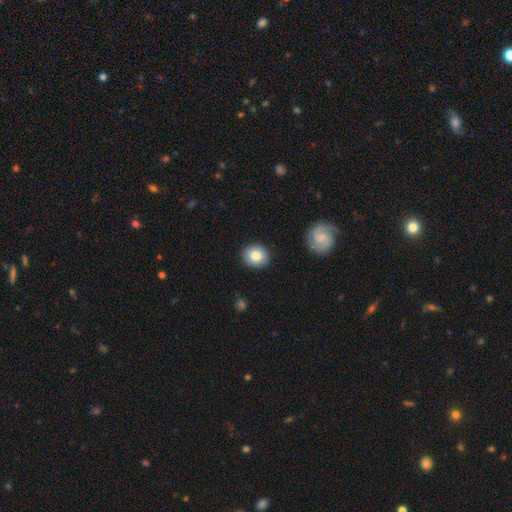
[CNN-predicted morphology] This is clearly a smooth galaxy (83%). How rounded: likely round (76%). Merging: clearly none (89%).